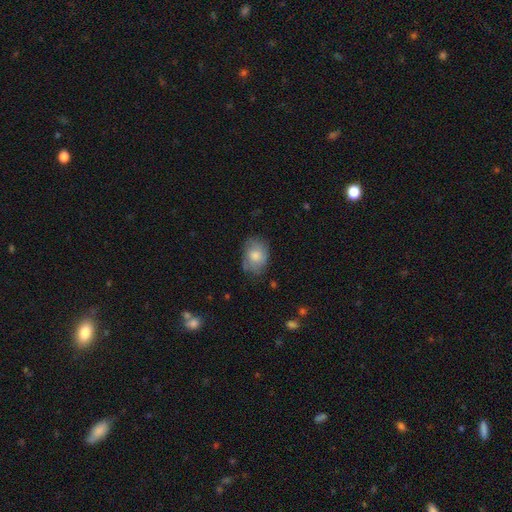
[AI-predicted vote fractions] A smooth galaxy with no disk features (67%) that is in between round and cigar-shaped (73%). Merging: none (65%).